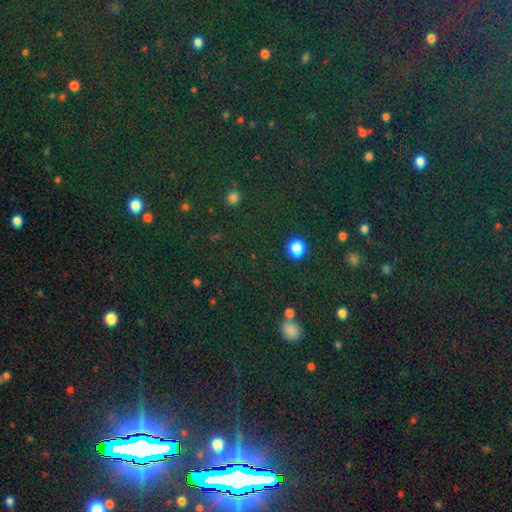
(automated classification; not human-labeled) Smooth or featured? star or artifact (80%)